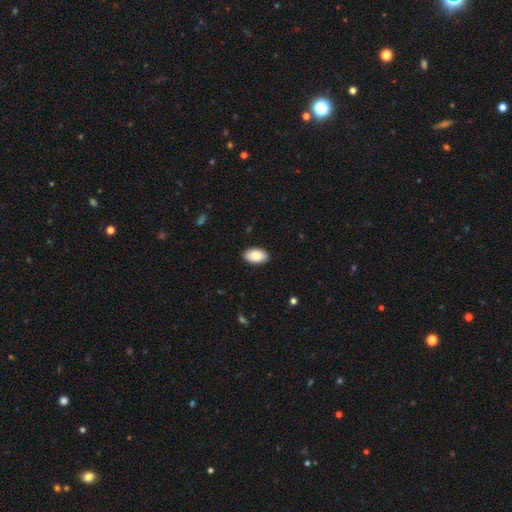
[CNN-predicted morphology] The model was most divided on "smooth or featured": smooth: 86%, featured or disk: 7%, star or artifact: 6%. More confident: how rounded — in between (94%); merging — none (90%).